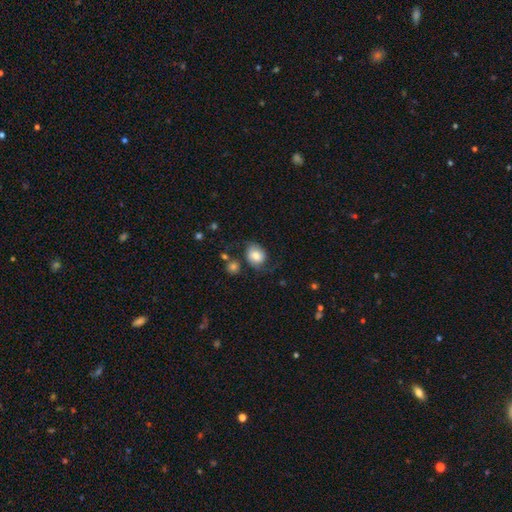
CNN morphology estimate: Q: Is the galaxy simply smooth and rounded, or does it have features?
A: smooth — 57%.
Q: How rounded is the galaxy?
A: round — 56%.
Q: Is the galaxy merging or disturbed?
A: none — 56%.